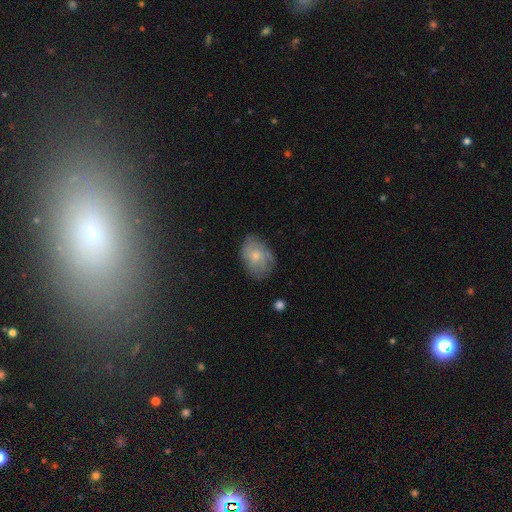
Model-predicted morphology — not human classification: This is possibly a smooth galaxy (53%). How rounded: likely in between (79%). Merging: likely none (65%).